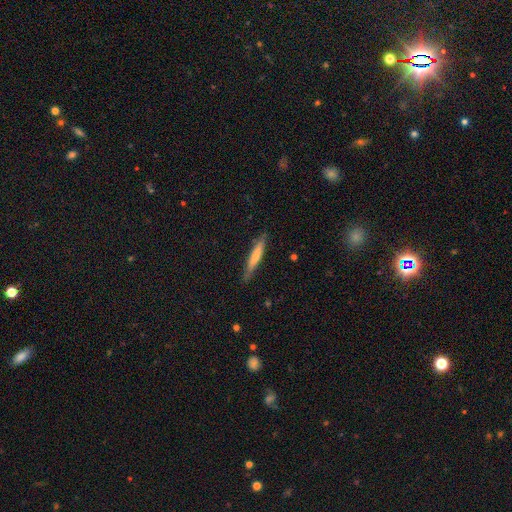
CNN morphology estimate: This is likely a smooth galaxy (65%). How rounded: clearly cigar-shaped (92%). Merging: clearly none (81%).